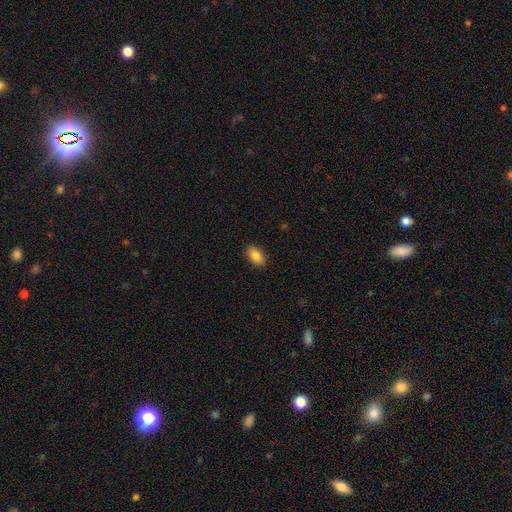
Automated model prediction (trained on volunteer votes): This is clearly a smooth galaxy (85%). How rounded: clearly in between (92%). Merging: clearly none (90%).